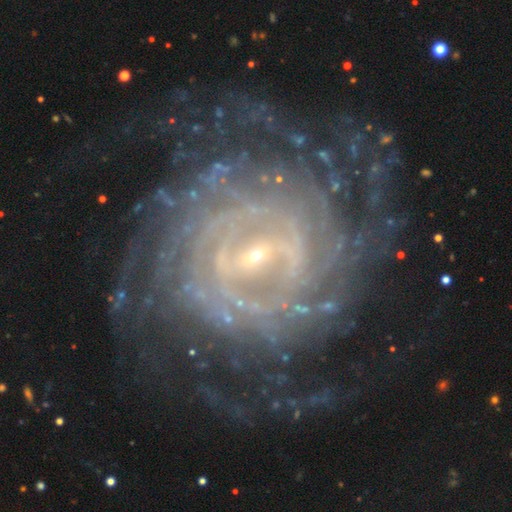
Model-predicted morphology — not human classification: Smooth or featured? featured or disk (90%)
Edge-on disk? no (97%)
Bar? weak (49%)
Spiral arms? yes (96%)
Spiral winding? tight (78%)
Spiral arm count? can't tell (34%)
Bulge size? small (84%)
Merging? none (76%)